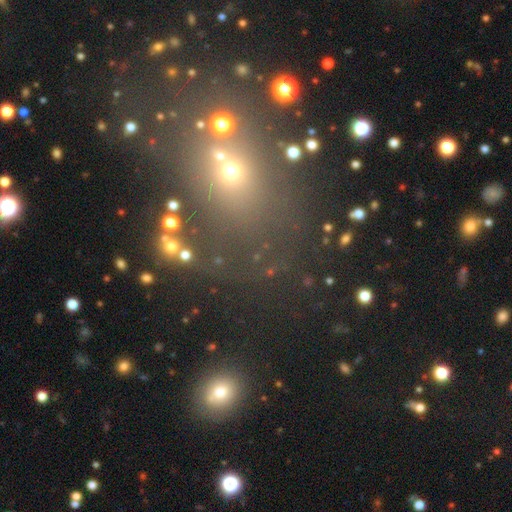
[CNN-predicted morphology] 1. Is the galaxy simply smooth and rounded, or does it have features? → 44% smooth, 42% star or artifact, 14% featured or disk.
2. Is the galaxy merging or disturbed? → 68% none, 14% merger, 11% minor disturbance, 7% major disturbance.